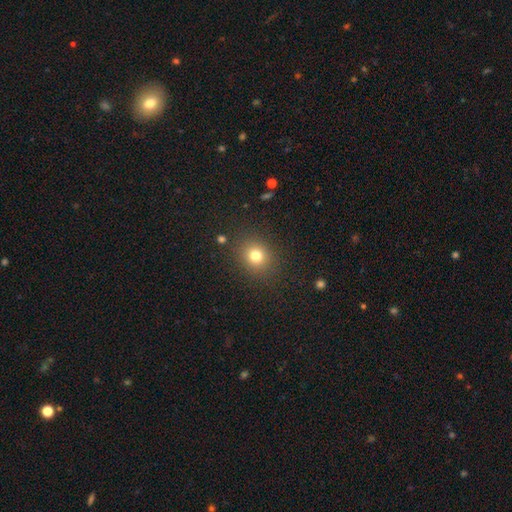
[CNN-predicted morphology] This appears to be a smooth galaxy with no disk features (77%) that is round (79%). Merging: none (87%).